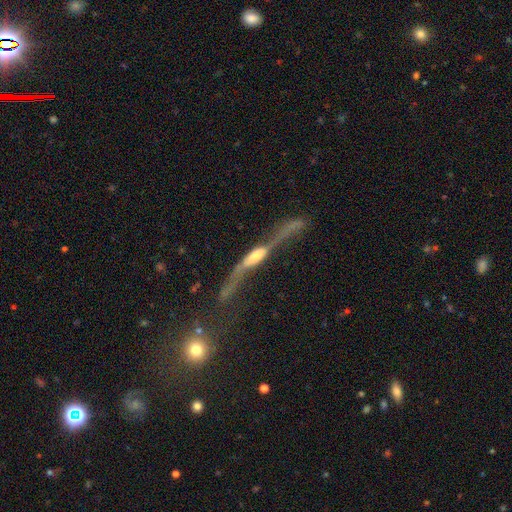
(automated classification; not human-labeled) Smooth or featured? featured or disk (80%)
Edge-on disk? yes (76%)
Edge-on bulge? rounded (59%)
Merging? none (41%)